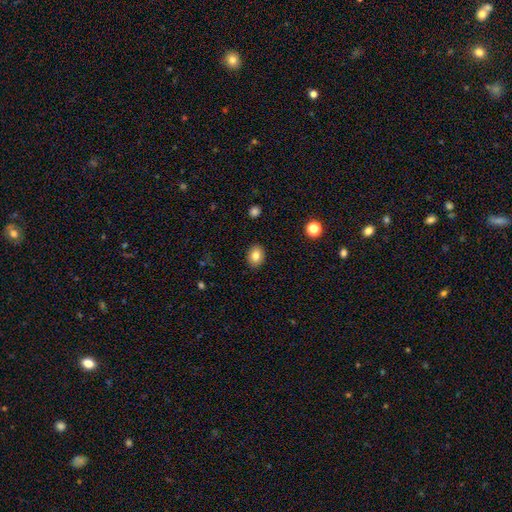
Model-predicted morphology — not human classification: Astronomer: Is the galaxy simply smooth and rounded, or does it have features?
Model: smooth — 82%.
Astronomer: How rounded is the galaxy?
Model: in between — 61% (runner-up: round, 38%).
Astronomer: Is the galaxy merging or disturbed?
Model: none — 90%.